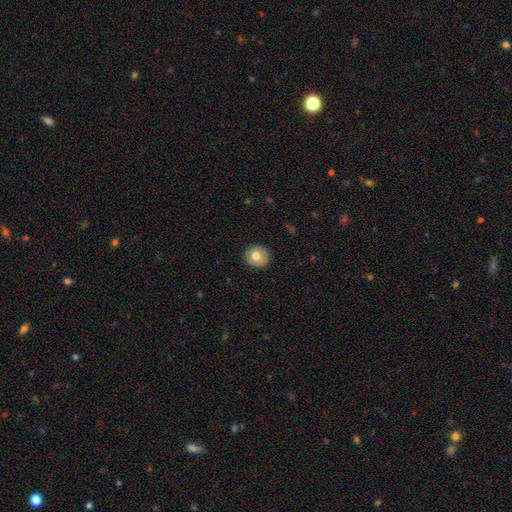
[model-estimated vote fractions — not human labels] Morphology: type=smooth (72%); roundness=round (90%); merging=none (88%).